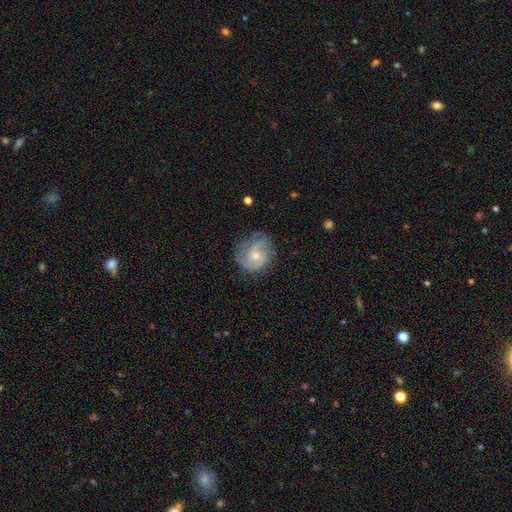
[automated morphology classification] type=featured or disk (73%); edge-on=no (98%); bar=no (67%); spiral arms=yes (91%); winding=medium (44%); arm count=2 (50%); bulge=moderate (52%); merging=none (65%).